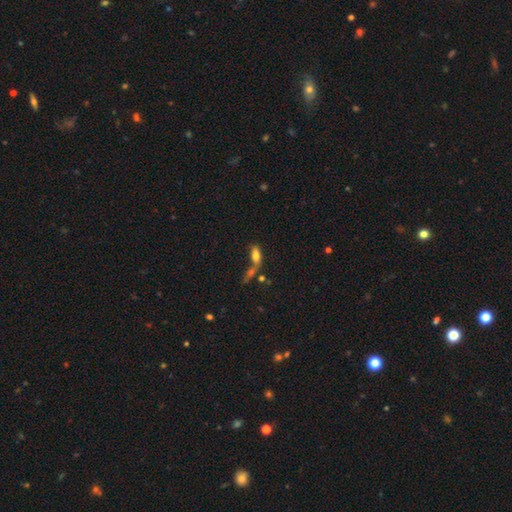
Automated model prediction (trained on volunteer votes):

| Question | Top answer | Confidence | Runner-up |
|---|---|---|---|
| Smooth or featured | smooth | 73% | featured or disk (16%) |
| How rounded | in between | 76% | cigar-shaped (20%) |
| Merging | merger | 48% | none (30%) |